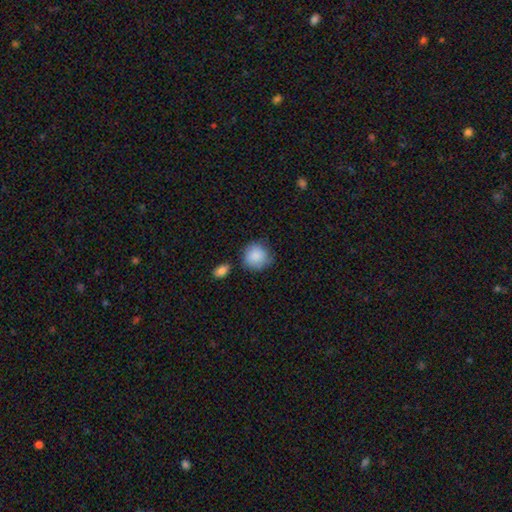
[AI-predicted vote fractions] This is clearly a smooth galaxy (88%). How rounded: clearly round (89%). Merging: likely none (69%).